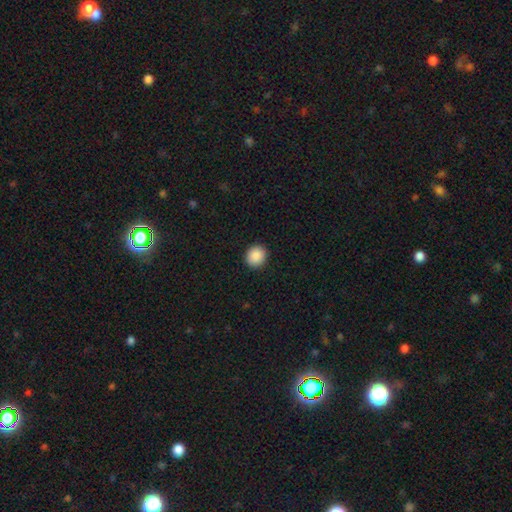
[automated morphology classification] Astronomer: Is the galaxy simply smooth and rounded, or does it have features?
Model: smooth — 90%.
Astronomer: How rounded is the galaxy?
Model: round — 83%.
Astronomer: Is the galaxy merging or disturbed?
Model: none — 92%.